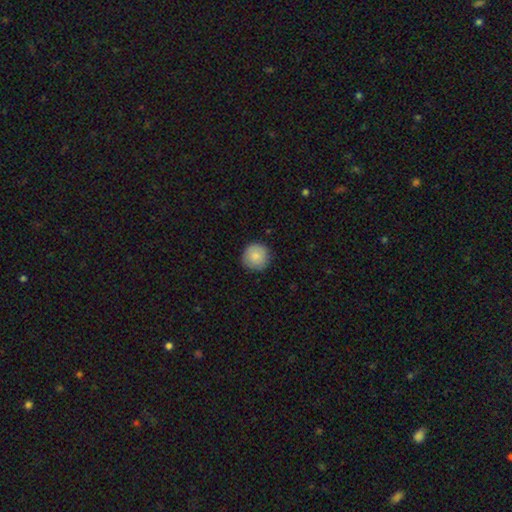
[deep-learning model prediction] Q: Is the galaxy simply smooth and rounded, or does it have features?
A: smooth — 83%.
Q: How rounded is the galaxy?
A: round — 95%.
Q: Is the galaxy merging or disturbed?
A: none — 88%.